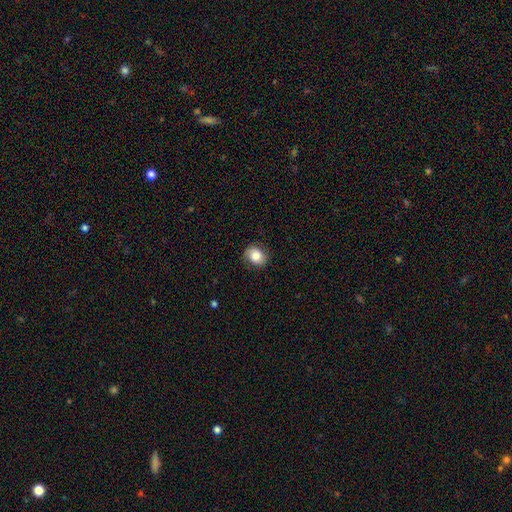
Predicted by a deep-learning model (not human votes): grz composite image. It shows a smooth galaxy with no disk features (74%) that is round (57%). Merging: none (78%).